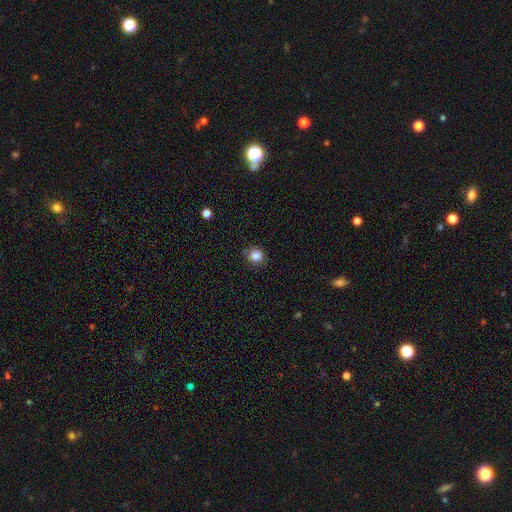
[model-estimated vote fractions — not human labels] This appears to be a smooth galaxy with no disk features (85%) that is round (85%). Merging: none (82%).